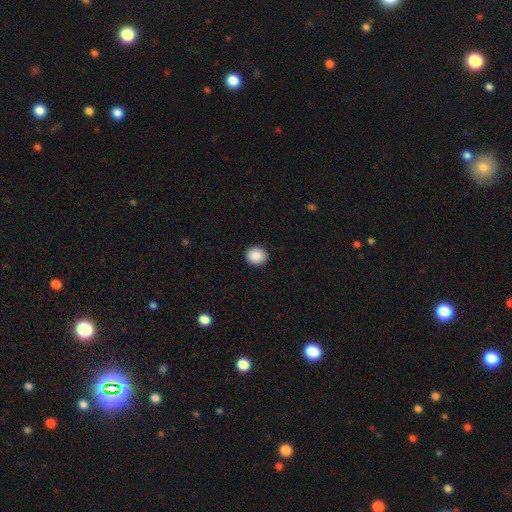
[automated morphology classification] This is clearly a smooth galaxy (90%). How rounded: likely round (78%). Merging: clearly none (91%).